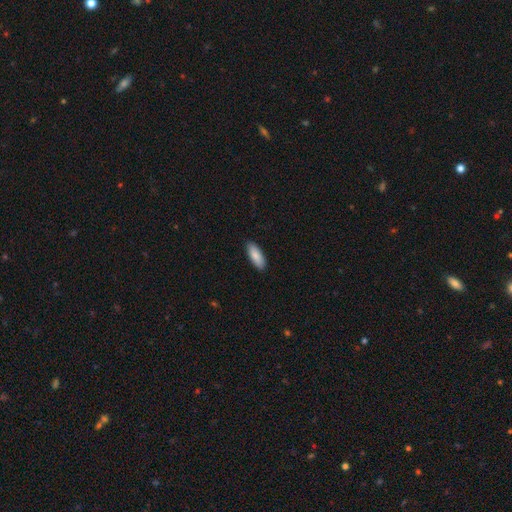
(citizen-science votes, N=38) This appears to be a smooth galaxy with no disk features (97%) that is in between round and cigar-shaped (51%). Merging: none (86%).